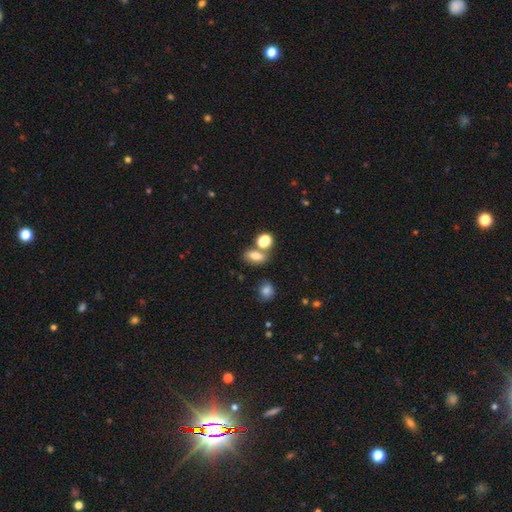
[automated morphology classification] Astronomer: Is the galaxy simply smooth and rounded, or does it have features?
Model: smooth — 75%.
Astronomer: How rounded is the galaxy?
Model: in between — 75%.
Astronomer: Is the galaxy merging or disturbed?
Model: none — 56%.